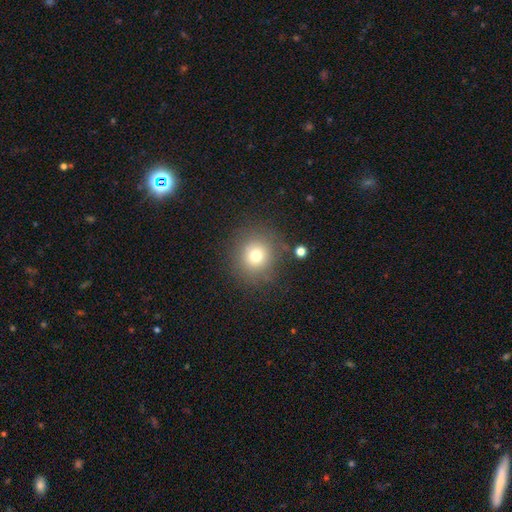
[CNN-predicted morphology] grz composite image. It shows a smooth galaxy with no disk features (73%) that is round (91%). Merging: none (82%).